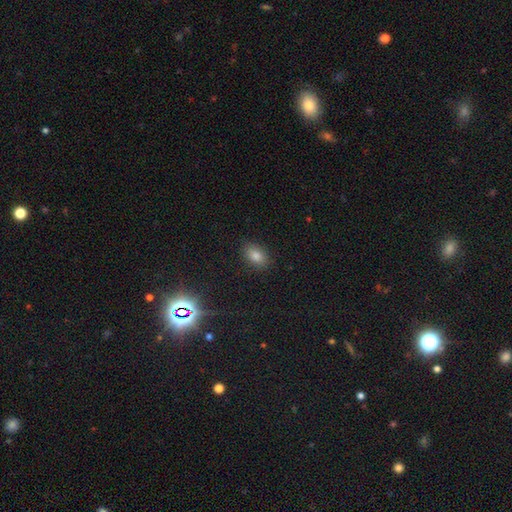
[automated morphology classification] Q: Smooth or featured?
A: smooth (73%); runner-up: star or artifact (19%)
Q: How rounded?
A: in between (84%); runner-up: round (15%)
Q: Merging?
A: none (87%); runner-up: minor disturbance (9%)